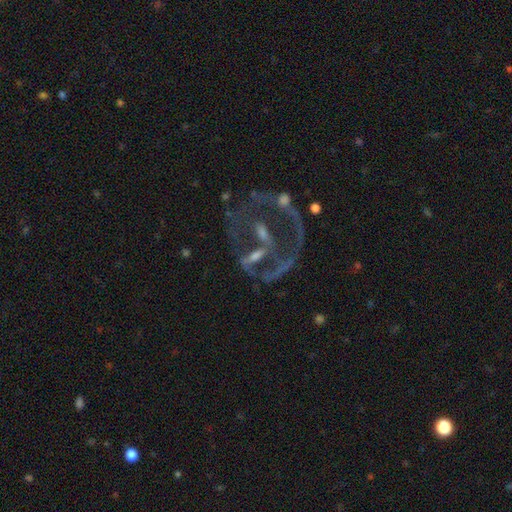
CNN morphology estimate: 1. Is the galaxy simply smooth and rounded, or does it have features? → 72% featured or disk, 15% star or artifact, 13% smooth.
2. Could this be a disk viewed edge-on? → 94% no, 6% yes.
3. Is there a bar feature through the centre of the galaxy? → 45% no, 29% weak, 26% strong.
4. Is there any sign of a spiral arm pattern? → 58% no, 42% yes.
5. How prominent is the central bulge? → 33% small (tied), 33% moderate (tied), 26% none, 5% large, 2% dominant.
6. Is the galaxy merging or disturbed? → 32% none, 31% major disturbance, 24% merger, 13% minor disturbance.